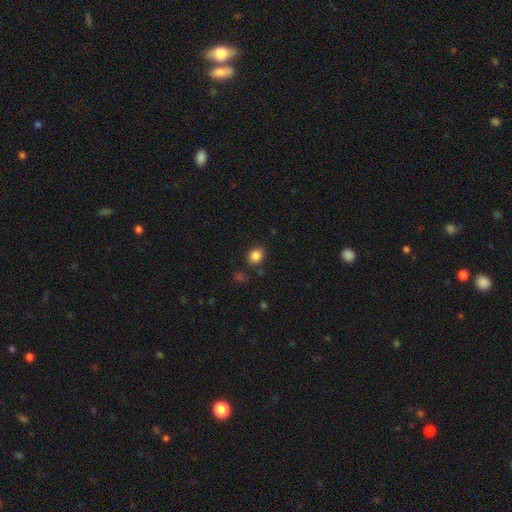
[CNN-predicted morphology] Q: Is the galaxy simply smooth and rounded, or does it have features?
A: smooth — 85%.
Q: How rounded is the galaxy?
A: round — 53%.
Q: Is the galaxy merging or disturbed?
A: none — 82%.